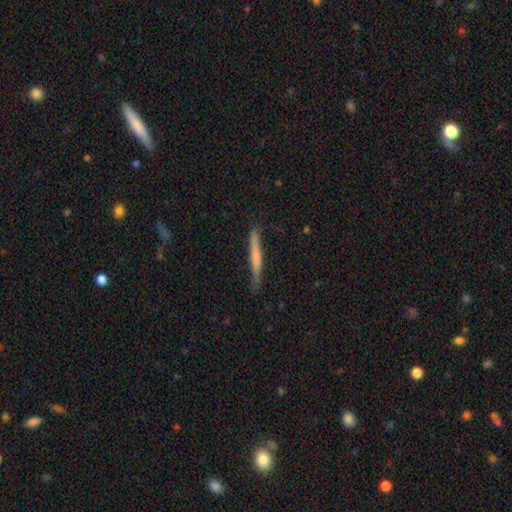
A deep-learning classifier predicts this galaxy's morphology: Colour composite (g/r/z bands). It shows a smooth galaxy with no disk features (58%) that is cigar-shaped (96%). Merging: none (73%).